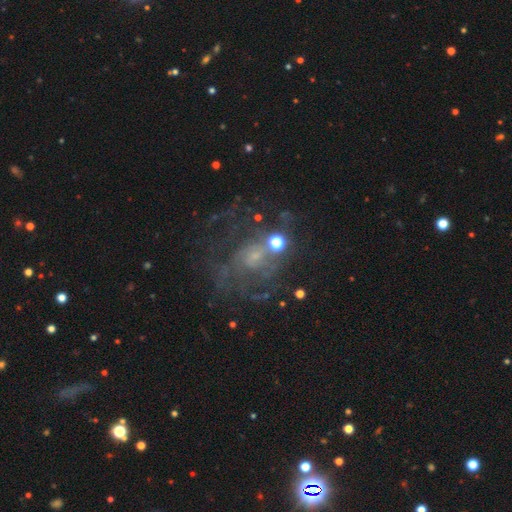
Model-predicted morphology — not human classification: type=featured or disk (63%); edge-on=no (97%); bar=no (70%); spiral arms=yes (67%); bulge=small (57%); merging=none (50%).